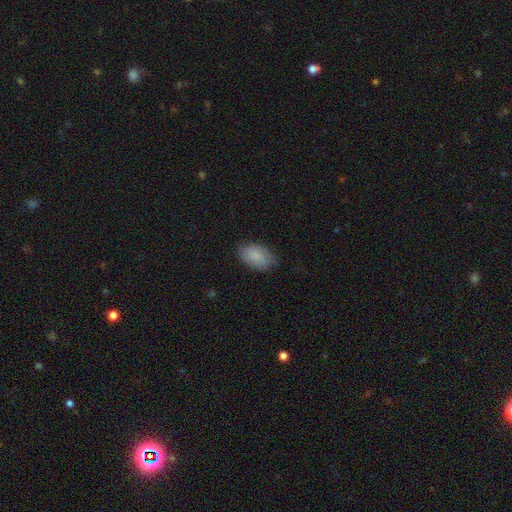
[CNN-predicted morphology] smooth-or-featured: smooth: 85% | featured or disk: 9% | star or artifact: 6%
  how-rounded: in between: 93% | round: 5% | cigar-shaped: 2%
  merging: none: 81% | minor disturbance: 15% | major disturbance: 3% | merger: 1%